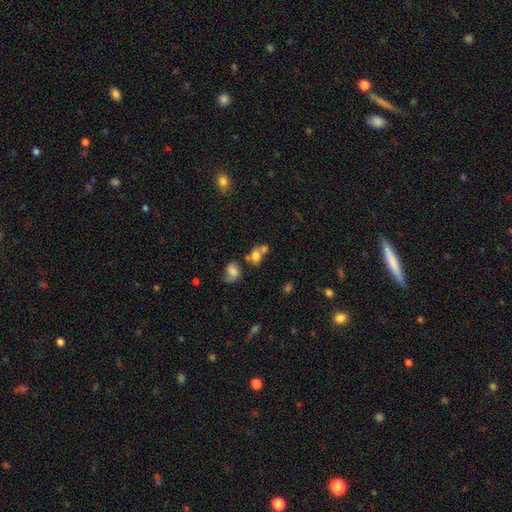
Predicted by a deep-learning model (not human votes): smooth 70%, featured or disk 16%, star or artifact 14%. Down the decision tree: how rounded — in between (52%); merging — merger (46%).